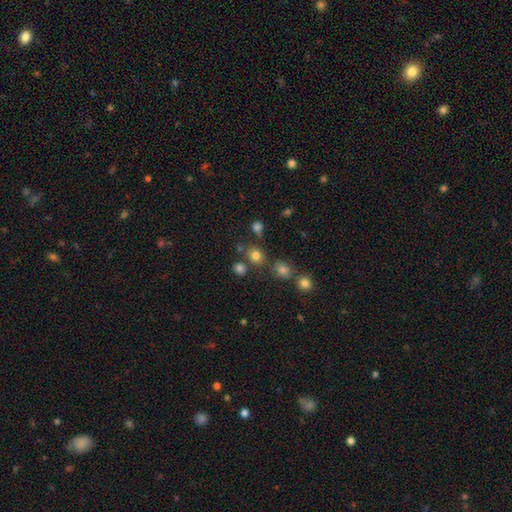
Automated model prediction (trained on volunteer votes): A smooth galaxy with no disk features (76%) that is round (81%).

Vote fractions:
- Smooth or featured? smooth: 76% / star or artifact: 17% / featured or disk: 6%
- How rounded? round: 81% / in between: 18% / cigar-shaped: 1%
- Merging? none: 74% / merger: 12% / minor disturbance: 10% / major disturbance: 4%